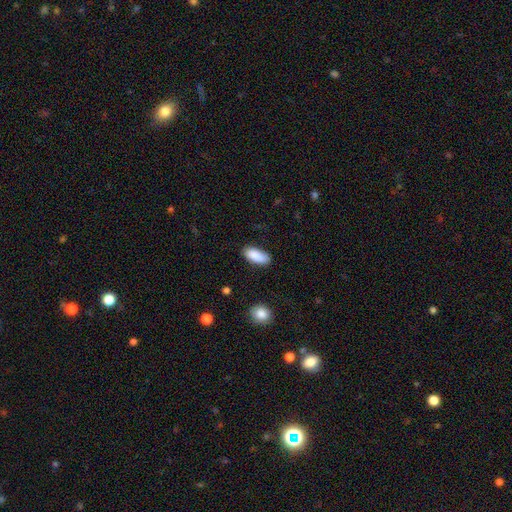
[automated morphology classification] A smooth galaxy with no disk features (89%) that is in between round and cigar-shaped (85%).

Vote fractions:
- Smooth or featured? smooth: 89% / star or artifact: 7% / featured or disk: 5%
- How rounded? in between: 85% / cigar-shaped: 13% / round: 2%
- Merging? none: 81% / minor disturbance: 15% / major disturbance: 3% / merger: 2%